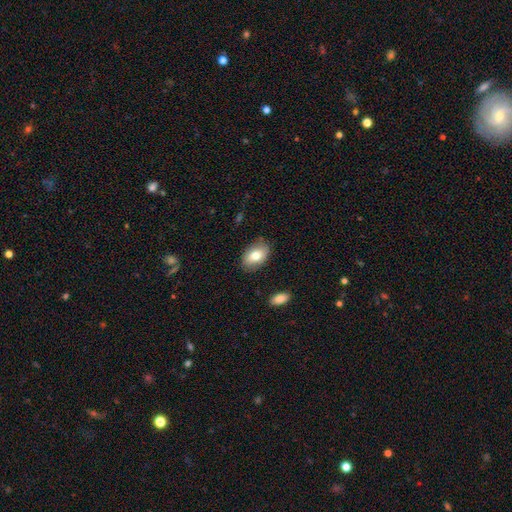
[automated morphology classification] type=smooth (77%); roundness=in between (90%); merging=none (83%).